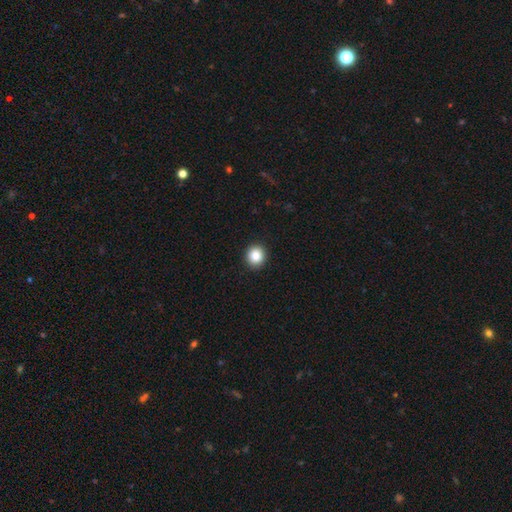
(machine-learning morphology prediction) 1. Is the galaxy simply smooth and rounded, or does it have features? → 86% smooth, 10% star or artifact, 4% featured or disk.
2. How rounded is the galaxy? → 87% round, 12% in between, 1% cigar-shaped.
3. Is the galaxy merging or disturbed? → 92% none, 5% minor disturbance, 2% major disturbance, 1% merger.